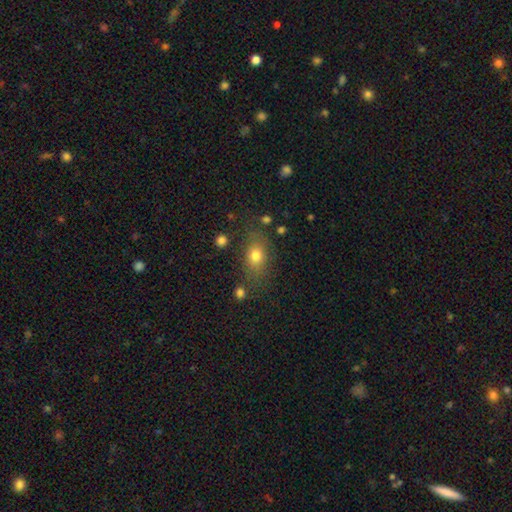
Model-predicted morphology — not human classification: smooth 75%, featured or disk 12%, star or artifact 12%. Down the decision tree: how rounded — in between (70%); merging — none (73%).